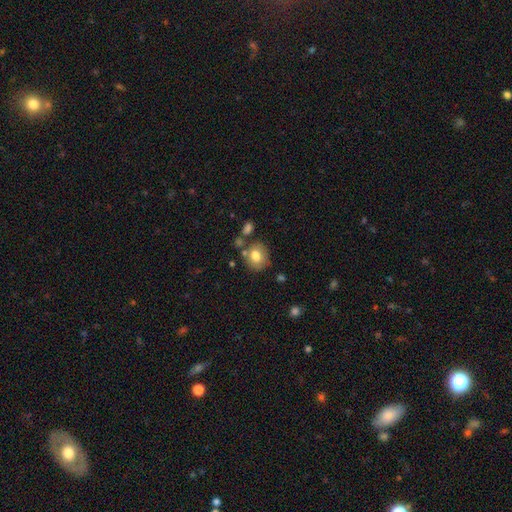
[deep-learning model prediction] smooth-or-featured: smooth: 76% | featured or disk: 15% | star or artifact: 9%
  how-rounded: round: 65% | in between: 34% | cigar-shaped: 1%
  merging: none: 68% | minor disturbance: 15% | merger: 12% | major disturbance: 5%